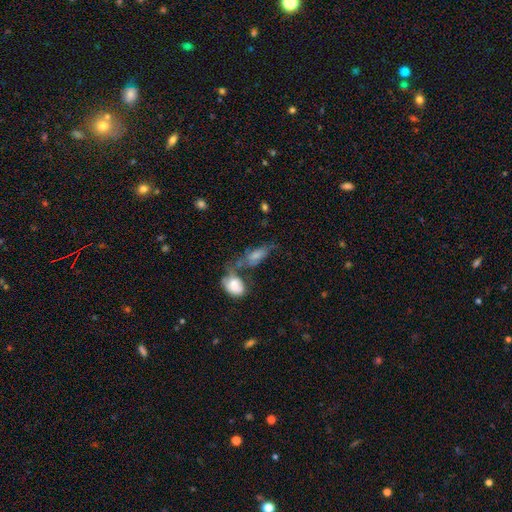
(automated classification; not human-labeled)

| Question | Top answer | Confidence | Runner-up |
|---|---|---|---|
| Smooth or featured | smooth | 68% | featured or disk (22%) |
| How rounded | in between | 81% | cigar-shaped (12%) |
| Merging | merger | 40% | none (27%) |